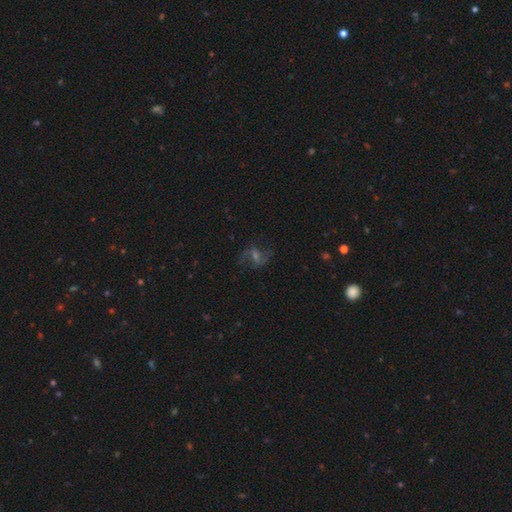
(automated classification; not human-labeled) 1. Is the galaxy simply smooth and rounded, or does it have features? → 70% featured or disk, 17% star or artifact, 13% smooth.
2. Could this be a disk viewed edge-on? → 96% no, 4% yes.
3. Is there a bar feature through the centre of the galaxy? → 50% weak, 28% no, 22% strong.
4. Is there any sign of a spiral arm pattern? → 92% yes, 8% no.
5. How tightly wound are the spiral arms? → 48% loose, 42% medium, 10% tight.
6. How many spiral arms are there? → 86% 2, 6% can't tell, 2% 1, 2% 3, 1% 4, 1% more than 4.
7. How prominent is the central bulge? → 45% small, 36% moderate, 13% none, 5% large, 1% dominant.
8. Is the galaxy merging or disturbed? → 75% none, 13% minor disturbance, 10% major disturbance, 2% merger.